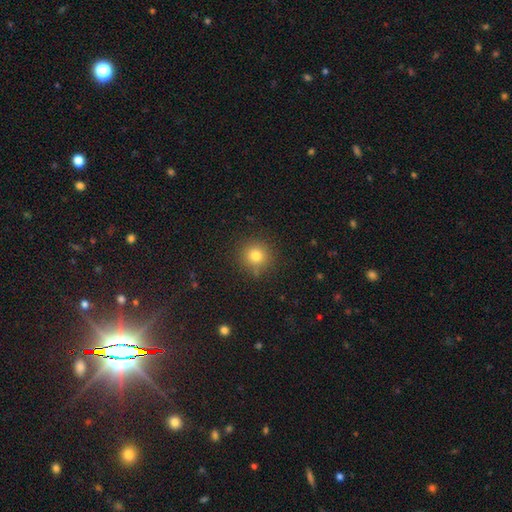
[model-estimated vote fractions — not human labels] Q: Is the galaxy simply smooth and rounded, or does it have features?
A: smooth — 79%.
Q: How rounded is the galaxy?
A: round — 94%.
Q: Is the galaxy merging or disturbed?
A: none — 86%.